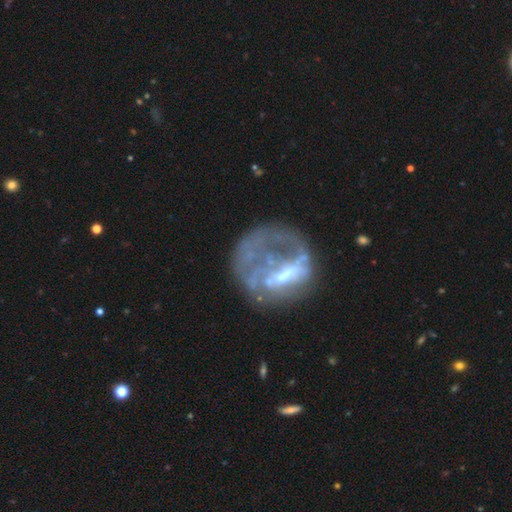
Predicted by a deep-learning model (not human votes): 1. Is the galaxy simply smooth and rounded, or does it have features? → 62% featured or disk, 23% smooth, 15% star or artifact.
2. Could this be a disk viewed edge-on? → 95% no, 5% yes.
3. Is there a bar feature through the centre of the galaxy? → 46% no, 30% weak, 24% strong.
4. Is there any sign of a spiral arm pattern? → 71% no, 29% yes.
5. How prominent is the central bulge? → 33% moderate, 30% none, 29% small, 7% large, 2% dominant.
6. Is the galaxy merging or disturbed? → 42% major disturbance, 36% none, 16% minor disturbance, 6% merger.